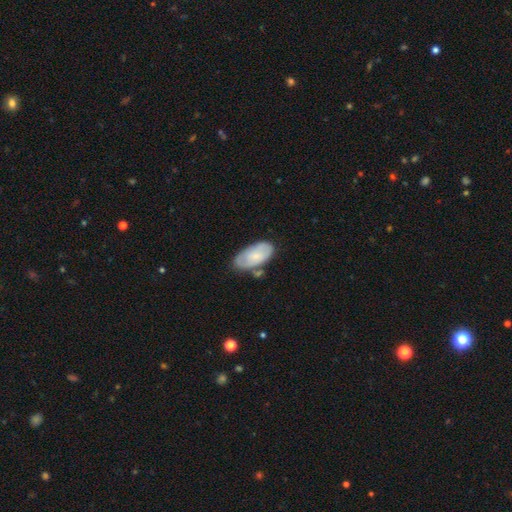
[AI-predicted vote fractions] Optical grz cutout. It shows a smooth galaxy with no disk features (63%) that is in between round and cigar-shaped (94%). Merging: none (58%).